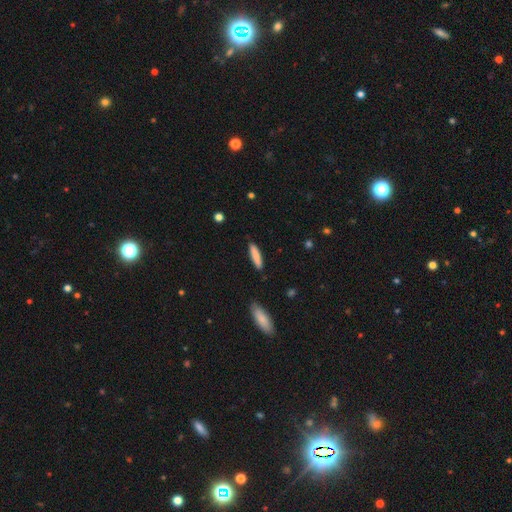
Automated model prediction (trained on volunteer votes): Smooth or featured? smooth (83%)
How rounded? cigar-shaped (79%)
Merging? none (89%)